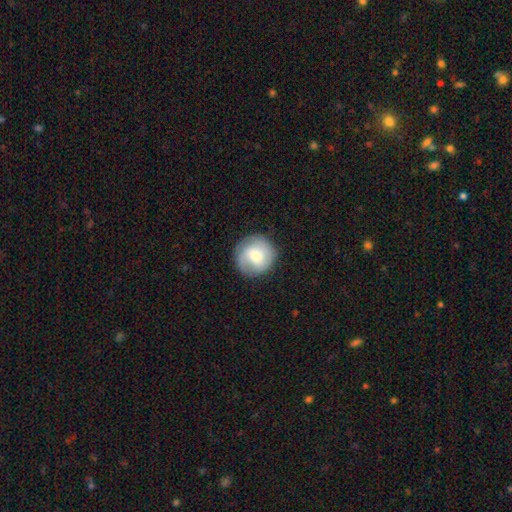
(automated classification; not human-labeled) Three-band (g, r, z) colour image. It shows a smooth galaxy with no disk features (57%) that is round (92%). Merging: none (83%).